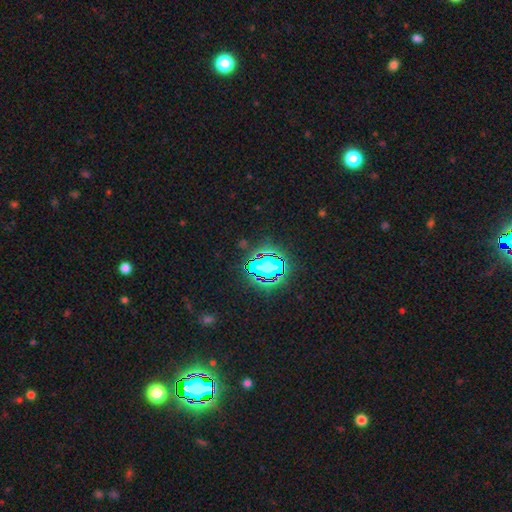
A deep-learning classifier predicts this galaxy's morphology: Q: Smooth or featured?
A: star or artifact (81%); runner-up: smooth (11%)